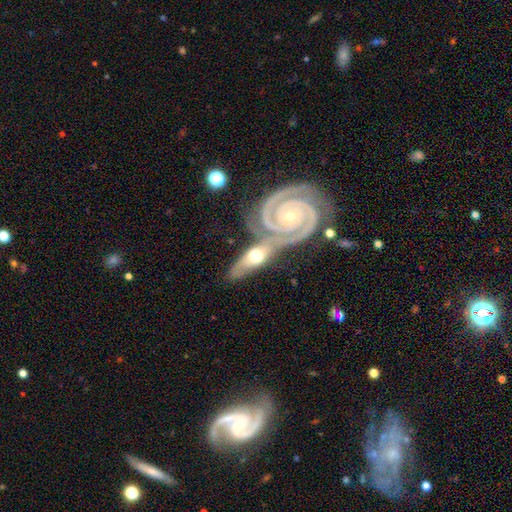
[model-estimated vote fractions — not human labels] smooth_or_featured: featured or disk (p=0.77) [alt: smooth p=0.19]
disk_edge_on: no (p=0.83) [alt: yes p=0.17]
bar: no (p=0.68) [alt: weak p=0.22]
has_spiral_arms: yes (p=0.92) [alt: no p=0.08]
spiral_winding: tight (p=0.67) [alt: medium p=0.27]
spiral_arm_count: 2 (p=0.74) [alt: 3 p=0.10]
bulge_size: moderate (p=0.51) [alt: small p=0.40]
merging: merger (p=0.50) [alt: none p=0.34]